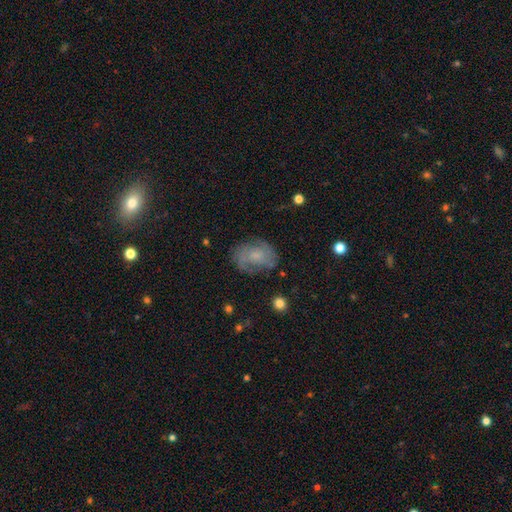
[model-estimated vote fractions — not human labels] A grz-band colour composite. It shows a featured or disk galaxy (57%) with no bar (71%), spiral arms (79%) and a small central bulge (52%). Merging: none (66%).